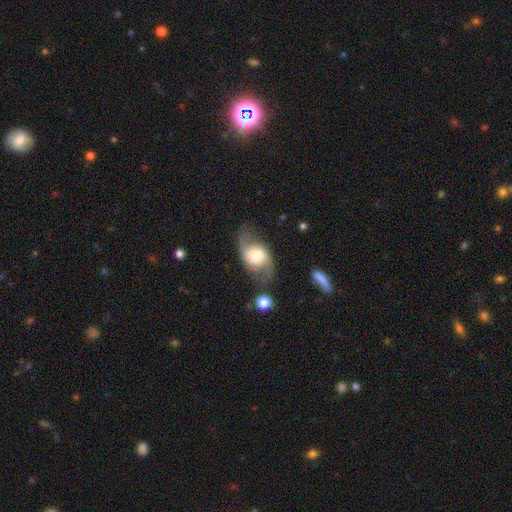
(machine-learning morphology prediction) Smooth or featured: featured or disk — 71% (smooth — 22%)
Edge-on disk: no — 95% (yes — 5%)
Bar: no — 51% (weak — 36%)
Spiral arms: yes — 87% (no — 13%)
Spiral winding: loose — 61% (medium — 32%)
Spiral arm count: 2 — 91% (can't tell — 4%)
Bulge size: moderate — 48% (large — 28%)
Merging: none — 65% (minor disturbance — 19%)